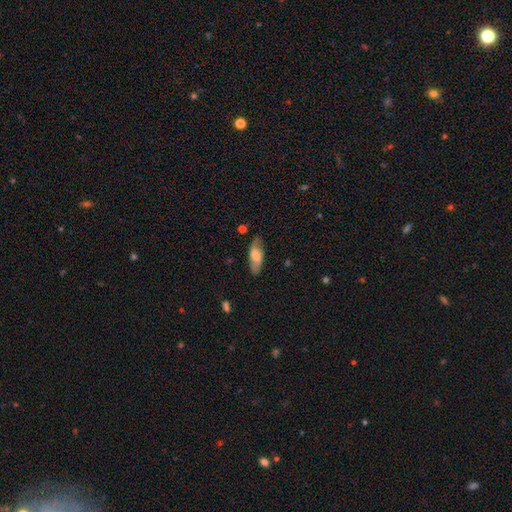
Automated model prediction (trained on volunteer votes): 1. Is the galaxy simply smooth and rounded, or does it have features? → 59% smooth, 34% featured or disk, 6% star or artifact.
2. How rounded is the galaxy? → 72% in between, 26% cigar-shaped, 3% round.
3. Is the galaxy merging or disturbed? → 79% none, 15% minor disturbance, 4% major disturbance, 2% merger.